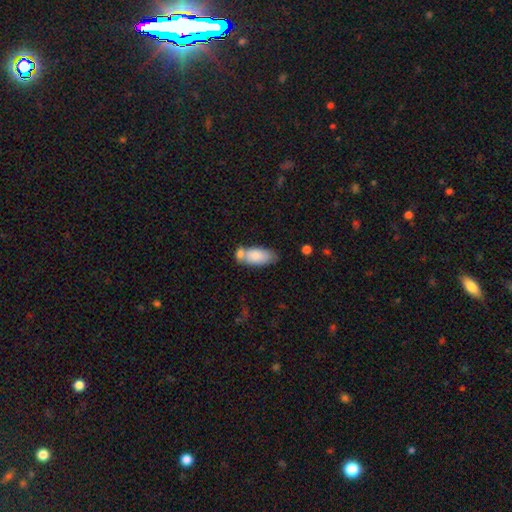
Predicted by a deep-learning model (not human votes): This is clearly a smooth galaxy (82%). How rounded: clearly in between (89%). Merging: possibly none (46%).